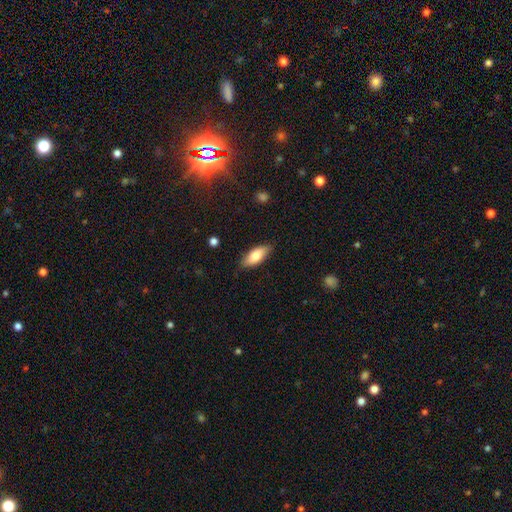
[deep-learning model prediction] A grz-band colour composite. It shows a smooth galaxy with no disk features (78%) that is in between round and cigar-shaped (82%). Merging: none (84%).